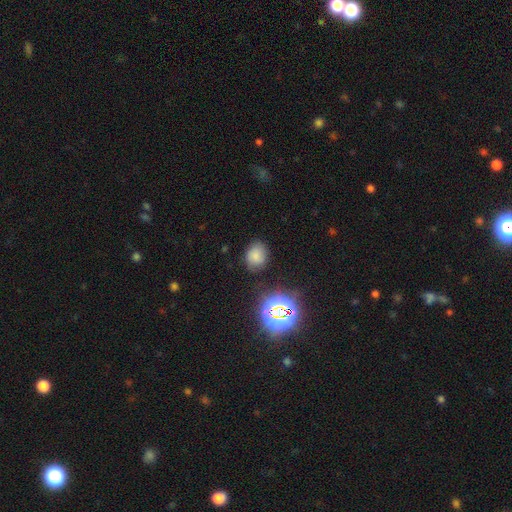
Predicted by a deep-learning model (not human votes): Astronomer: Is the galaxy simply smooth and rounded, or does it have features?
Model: smooth — 73%.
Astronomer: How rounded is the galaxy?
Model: in between — 51% (runner-up: round, 48%).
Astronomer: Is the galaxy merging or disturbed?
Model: none — 77%.